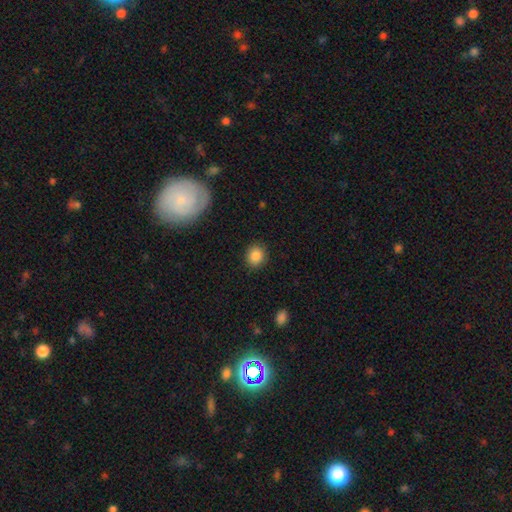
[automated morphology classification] Smooth or featured? smooth (86%)
How rounded? round (75%)
Merging? none (89%)